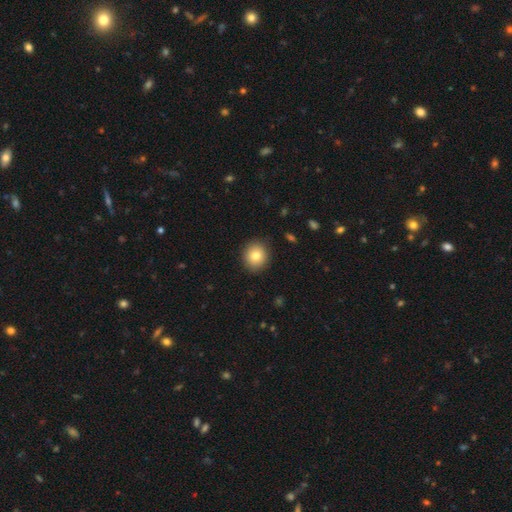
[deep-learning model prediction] Smooth or featured? Predicted: smooth (p=0.80). How rounded? Predicted: round (p=0.84). Merging? Predicted: none (p=0.89).